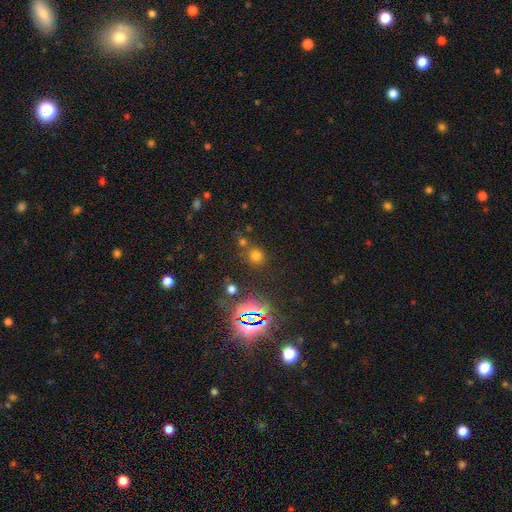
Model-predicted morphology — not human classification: Smooth or featured: smooth — 62% (star or artifact — 31%)
How rounded: round — 87% (in between — 11%)
Merging: none — 75% (merger — 12%)